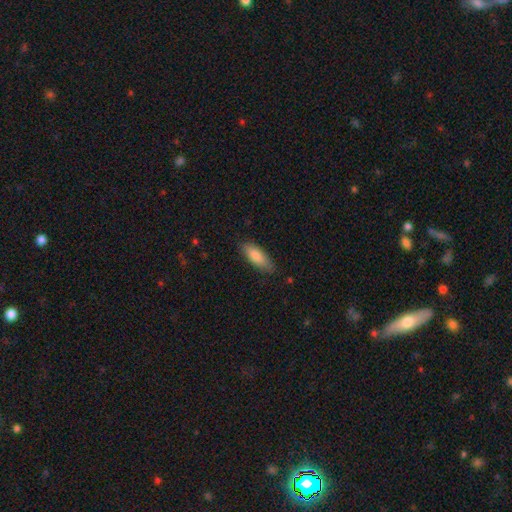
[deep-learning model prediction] A smooth galaxy with no disk features (84%) that is in between round and cigar-shaped (73%).

Vote fractions:
- Smooth or featured? smooth: 84% / featured or disk: 10% / star or artifact: 6%
- How rounded? in between: 73% / cigar-shaped: 26% / round: 2%
- Merging? none: 82% / minor disturbance: 15% / major disturbance: 3% / merger: 1%